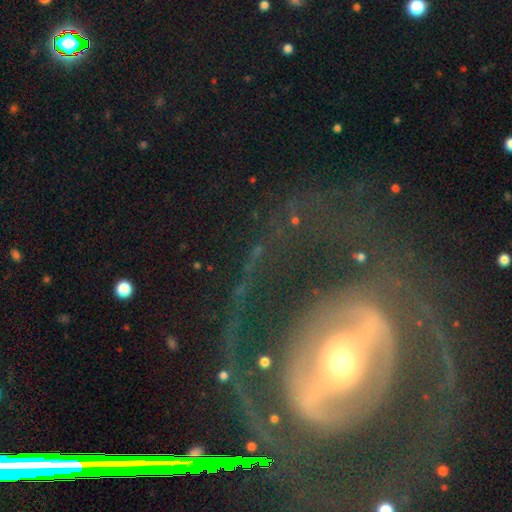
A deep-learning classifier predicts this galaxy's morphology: Q: Smooth or featured?
A: featured or disk (80%); runner-up: smooth (10%)
Q: Edge-on disk?
A: no (92%); runner-up: yes (8%)
Q: Bar?
A: strong (45%); runner-up: no (29%)
Q: Spiral arms?
A: yes (71%); runner-up: no (29%)
Q: Spiral winding?
A: medium (41%); runner-up: loose (30%)
Q: Spiral arm count?
A: 2 (66%); runner-up: can't tell (14%)
Q: Bulge size?
A: moderate (62%); runner-up: small (26%)
Q: Merging?
A: none (55%); runner-up: major disturbance (29%)